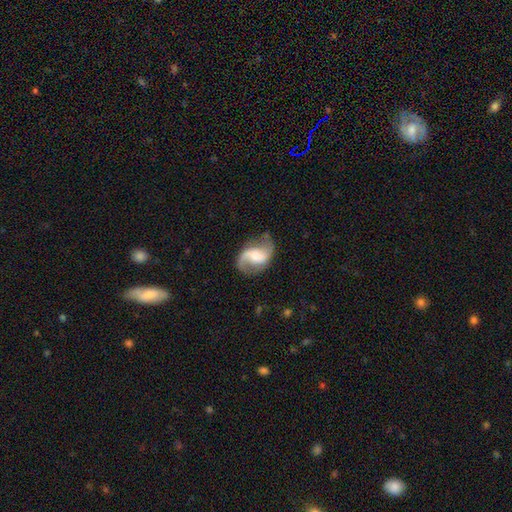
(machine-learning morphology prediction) The model was most divided on "bar": weak: 44%, no: 41%, strong: 15%. Remaining: edge-on disk — no (98%); spiral arms — yes (96%); spiral arm count — 2 (89%); smooth or featured — featured or disk (84%); merging — none (72%); spiral winding — loose (54%); bulge size — moderate (44%).